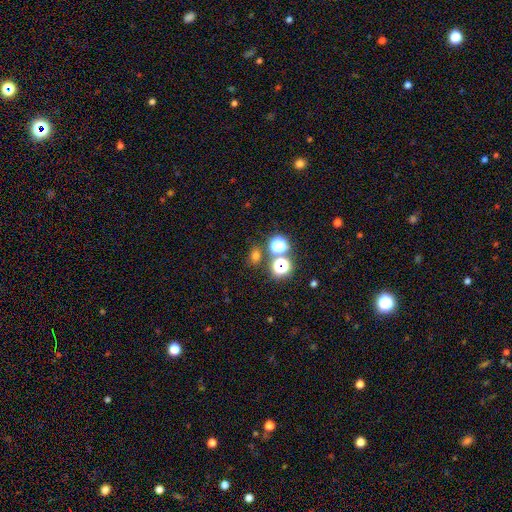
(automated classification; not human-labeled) Smooth or featured? Predicted: smooth (p=0.61). How rounded? Predicted: round (p=0.56). Merging? Predicted: none (p=0.76).